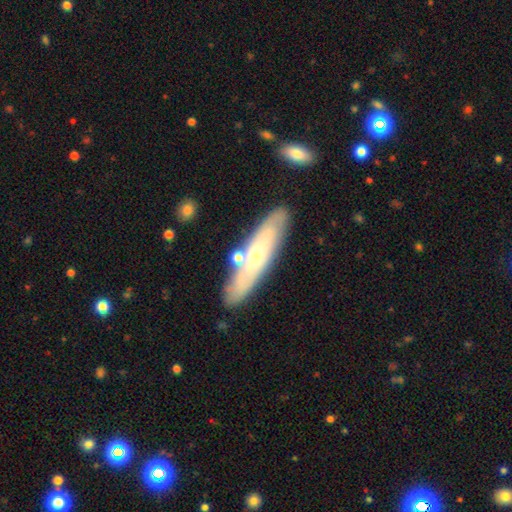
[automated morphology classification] featured or disk 54%, smooth 40%, star or artifact 6%. Down the decision tree: edge-on disk — no (54%); merging — none (81%).